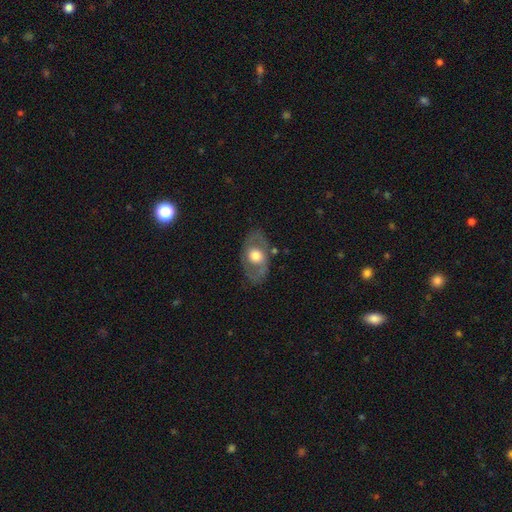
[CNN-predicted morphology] type=featured or disk (54%); edge-on=no (88%); merging=none (74%).